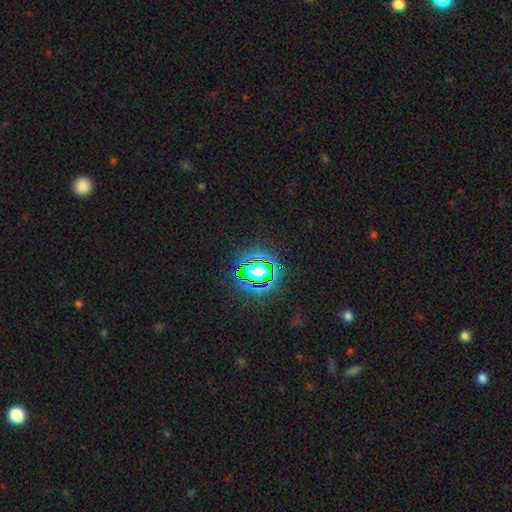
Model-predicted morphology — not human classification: This is likely a star or artifact rather than a galaxy (79%).